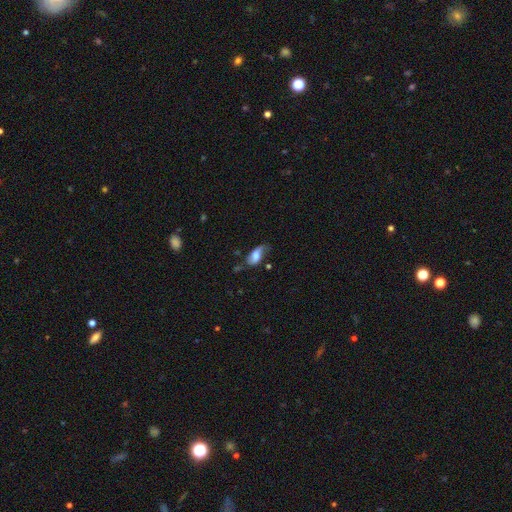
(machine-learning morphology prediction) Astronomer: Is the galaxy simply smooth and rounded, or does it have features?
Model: smooth — 49% (runner-up: featured or disk, 43%).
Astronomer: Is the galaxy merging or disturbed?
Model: none — 45% (runner-up: minor disturbance, 34%).